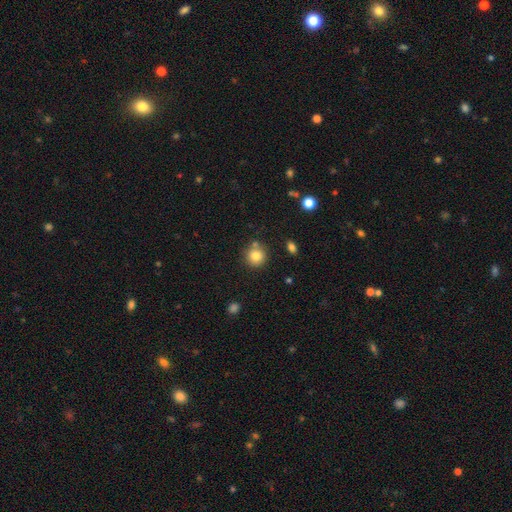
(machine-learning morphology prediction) smooth_or_featured: smooth (p=0.82) [alt: star or artifact p=0.11]
how_rounded: round (p=0.91) [alt: in between p=0.08]
merging: none (p=0.74) [alt: merger p=0.13]